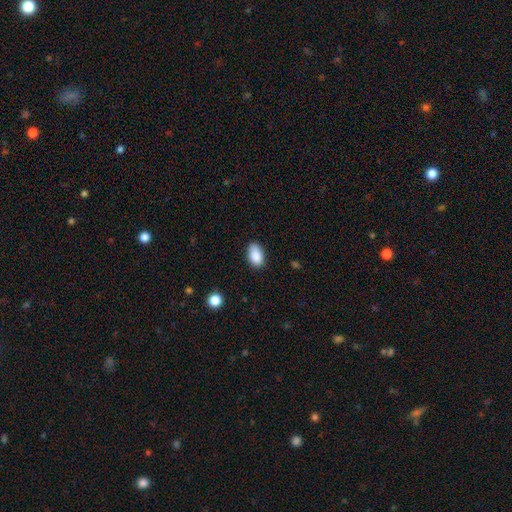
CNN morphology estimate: Smooth or featured? Predicted: smooth (p=0.88). How rounded? Predicted: in between (p=0.92). Merging? Predicted: none (p=0.82).